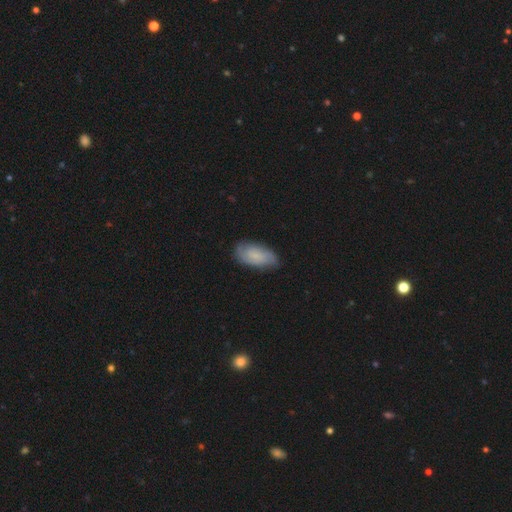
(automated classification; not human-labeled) Overall: smooth (56%; featured or disk 37%). How rounded: in between (91%). Merging: none (73%).